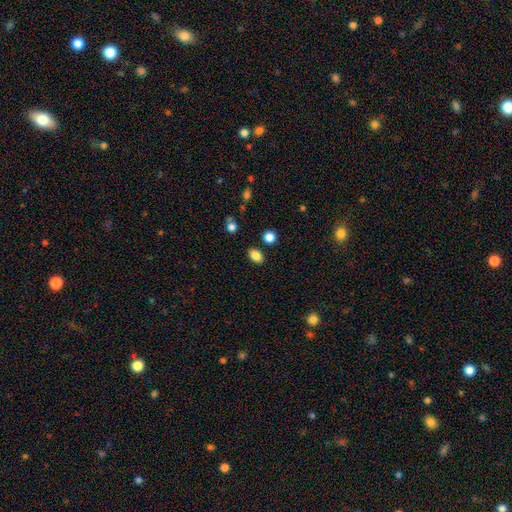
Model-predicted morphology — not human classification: Overall: smooth (85%). How rounded: in between (81%). Merging: none (86%).